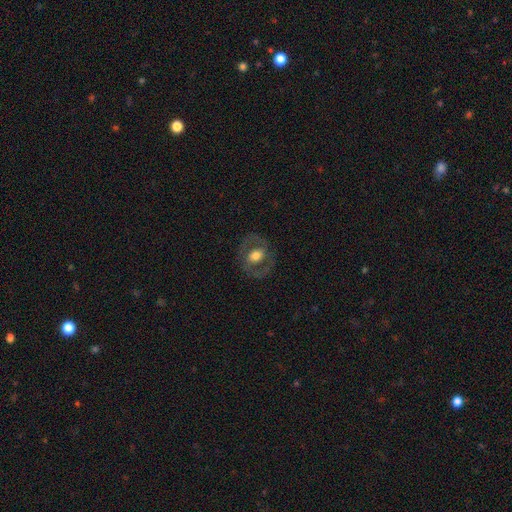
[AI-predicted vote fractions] A featured or disk galaxy (55%) with no bar (60%), no spiral arms (61%) and a moderate central bulge (54%).

Vote fractions:
- Smooth or featured? featured or disk: 55% / smooth: 38% / star or artifact: 7%
- Edge-on disk? no: 95% / yes: 5%
- Bar? no: 60% / weak: 28% / strong: 12%
- Spiral arms? no: 61% / yes: 39%
- Bulge size? moderate: 54% / large: 34% / small: 8% / dominant: 3% / none: 2%
- Merging? none: 78% / minor disturbance: 12% / major disturbance: 9% / merger: 1%